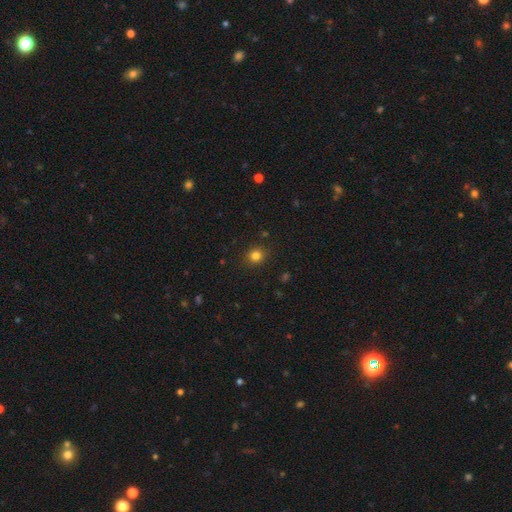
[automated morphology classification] Smooth or featured?
  - smooth: 81% *
  - star or artifact: 14%
  - featured or disk: 5%
How rounded?
  - round: 85% *
  - in between: 14%
  - cigar-shaped: 1%
Merging?
  - none: 90% *
  - minor disturbance: 7%
  - major disturbance: 2%
  - merger: 1%